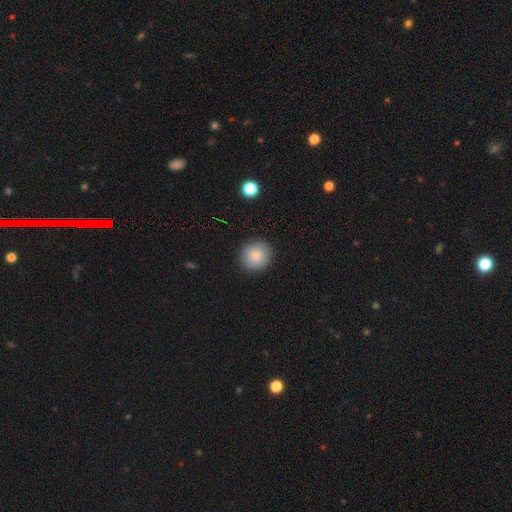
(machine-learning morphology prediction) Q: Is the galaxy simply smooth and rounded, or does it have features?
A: smooth — 85%.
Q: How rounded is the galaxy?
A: round — 92%.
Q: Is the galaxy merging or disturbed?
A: none — 91%.